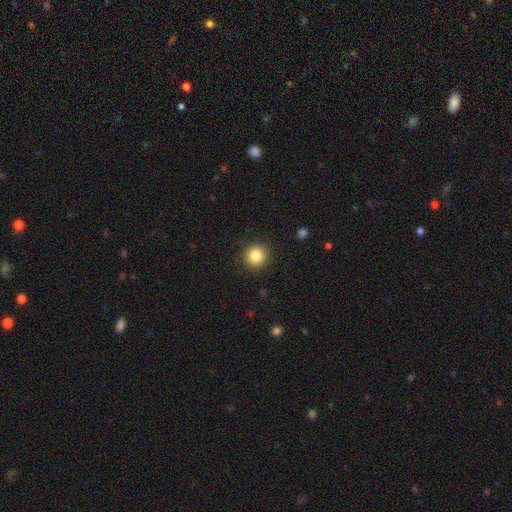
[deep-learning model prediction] smooth_or_featured: smooth (p=0.84) [alt: star or artifact p=0.10]
how_rounded: round (p=0.92) [alt: in between p=0.07]
merging: none (p=0.90) [alt: minor disturbance p=0.07]